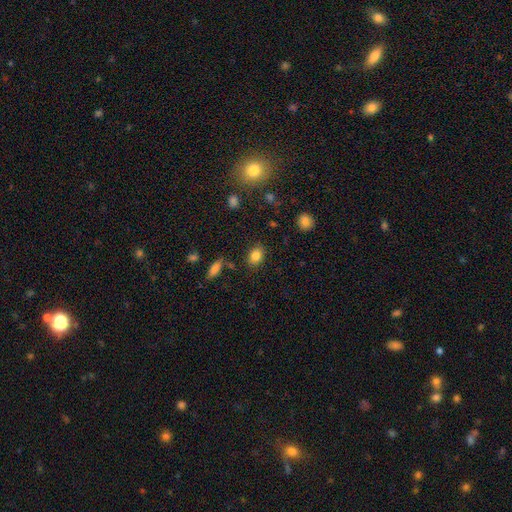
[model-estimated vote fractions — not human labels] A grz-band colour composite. It shows a smooth galaxy with no disk features (83%) that is in between round and cigar-shaped (66%). Merging: none (83%).